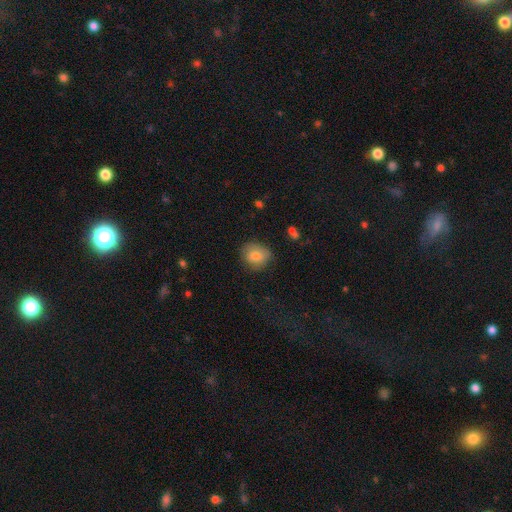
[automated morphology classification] Smooth or featured? smooth (78%)
How rounded? round (69%)
Merging? none (72%)